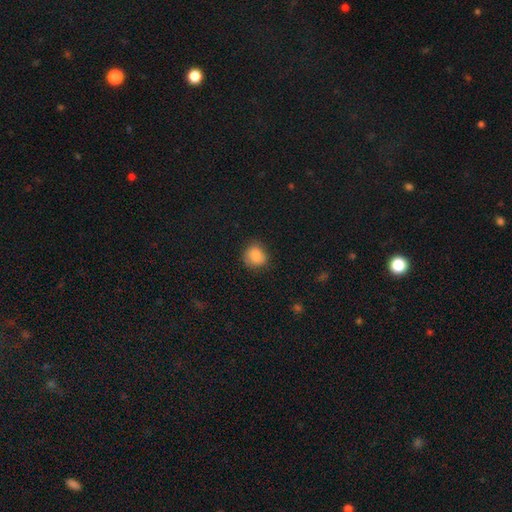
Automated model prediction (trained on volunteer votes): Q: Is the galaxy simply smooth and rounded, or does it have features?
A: smooth — 83%.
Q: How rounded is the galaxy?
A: round — 75%.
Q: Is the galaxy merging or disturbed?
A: none — 71%.